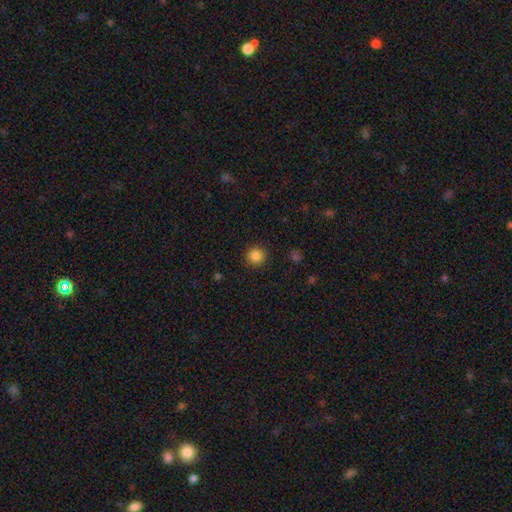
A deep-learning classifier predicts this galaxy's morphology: Smooth or featured: smooth — 86% (star or artifact — 11%)
How rounded: round — 94% (in between — 5%)
Merging: none — 92% (minor disturbance — 5%)